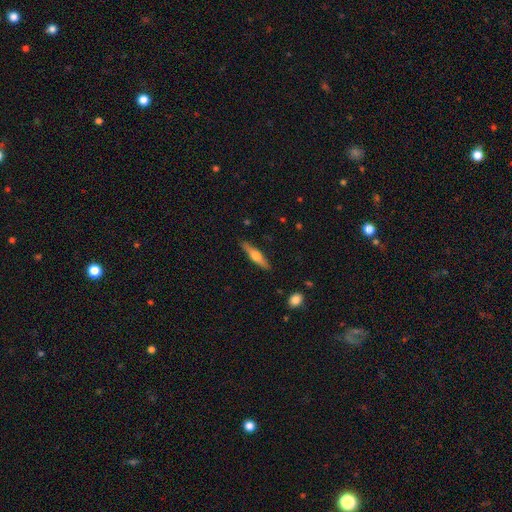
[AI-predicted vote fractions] Morphology: type=featured or disk (52%); edge-on=yes (94%); merging=none (87%).